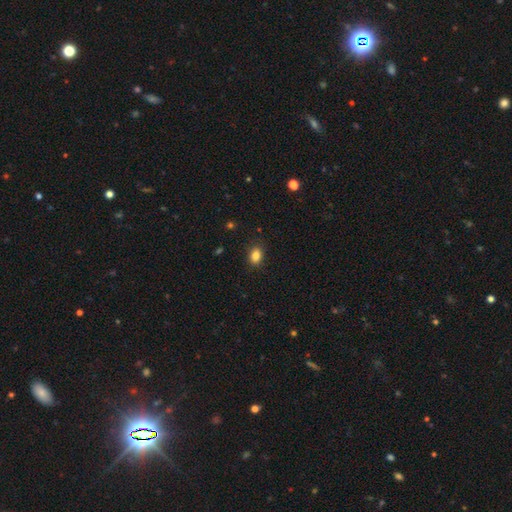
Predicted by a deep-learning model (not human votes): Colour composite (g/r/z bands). It shows a smooth galaxy with no disk features (85%) that is in between round and cigar-shaped (75%). Merging: none (85%).